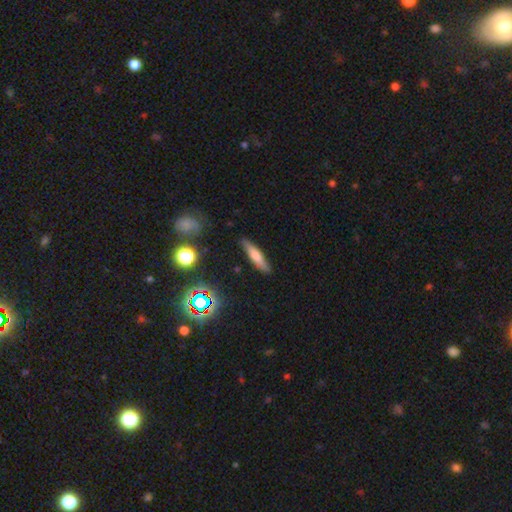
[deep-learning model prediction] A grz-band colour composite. It shows a smooth galaxy with no disk features (63%) that is cigar-shaped (80%). Merging: none (86%).